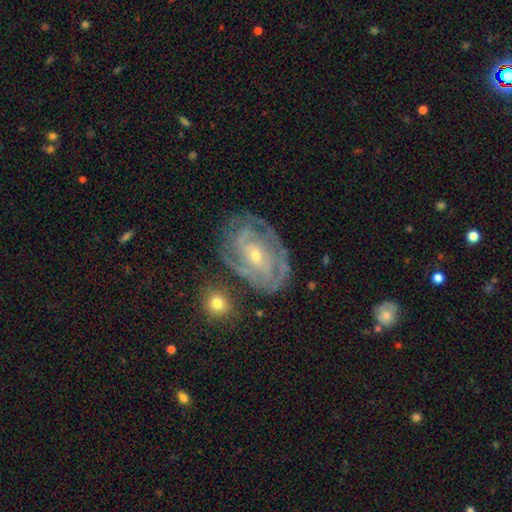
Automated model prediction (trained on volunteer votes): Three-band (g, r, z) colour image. It shows a featured or disk galaxy (83%) with no bar (59%), tight (64%) spiral arms (89%) and a small central bulge (71%). Merging: none (65%).